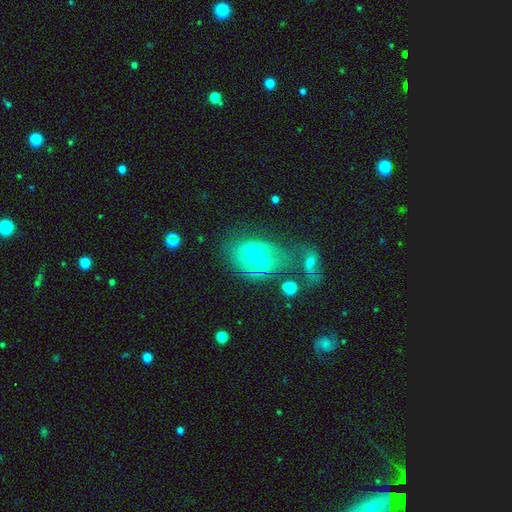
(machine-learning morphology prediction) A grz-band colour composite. It shows a featured or disk galaxy (56%) with a weak bar (45%), spiral arms (63%) and a small central bulge (60%). Merging: none (35%).